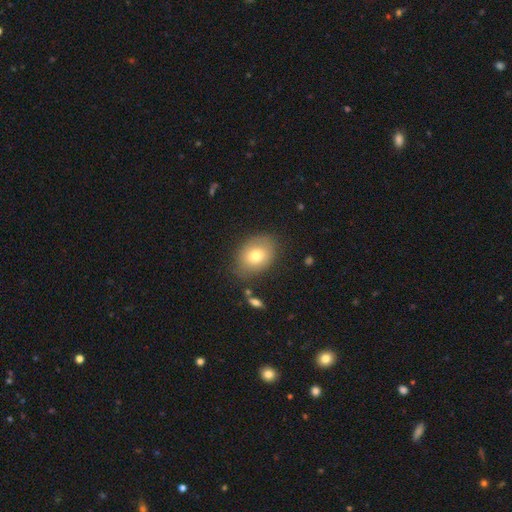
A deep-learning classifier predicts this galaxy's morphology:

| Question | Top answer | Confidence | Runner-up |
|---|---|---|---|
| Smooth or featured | smooth | 75% | featured or disk (16%) |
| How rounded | in between | 71% | round (28%) |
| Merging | none | 77% | minor disturbance (16%) |